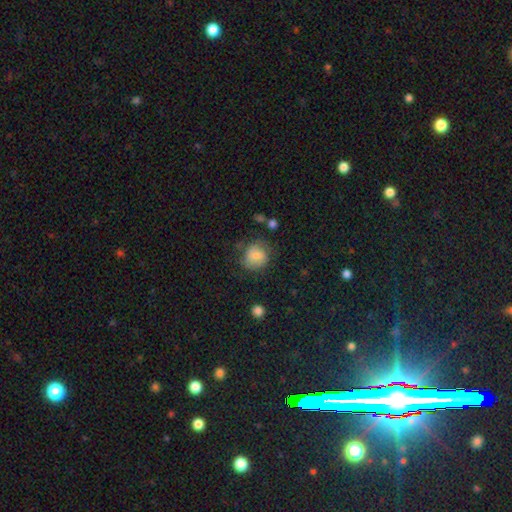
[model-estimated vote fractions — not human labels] Smooth or featured: smooth — 74% (featured or disk — 17%)
How rounded: round — 77% (in between — 22%)
Merging: none — 62% (minor disturbance — 23%)